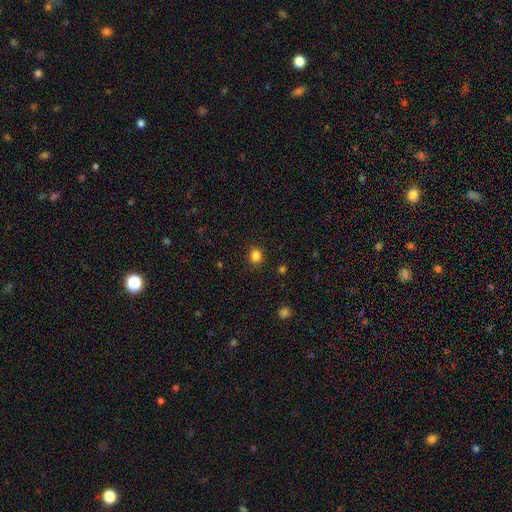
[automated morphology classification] type=smooth (84%); roundness=round (67%); merging=none (89%).